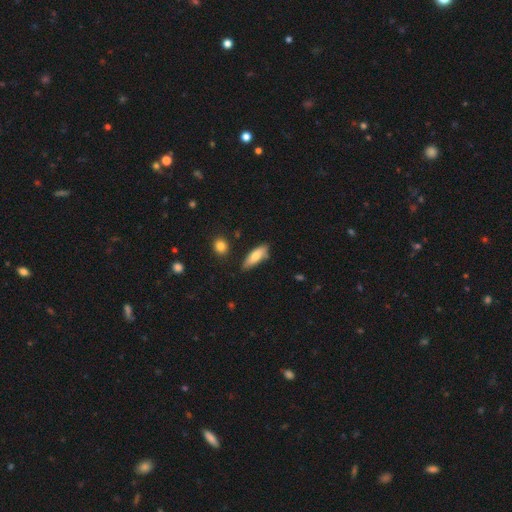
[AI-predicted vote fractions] Morphology: type=smooth (73%); roundness=in between (60%); merging=none (72%).